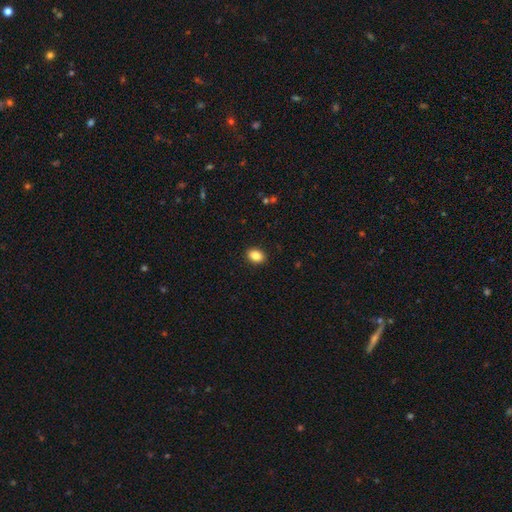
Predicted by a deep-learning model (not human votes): This is clearly a smooth galaxy (86%). How rounded: likely in between (71%). Merging: clearly none (91%).